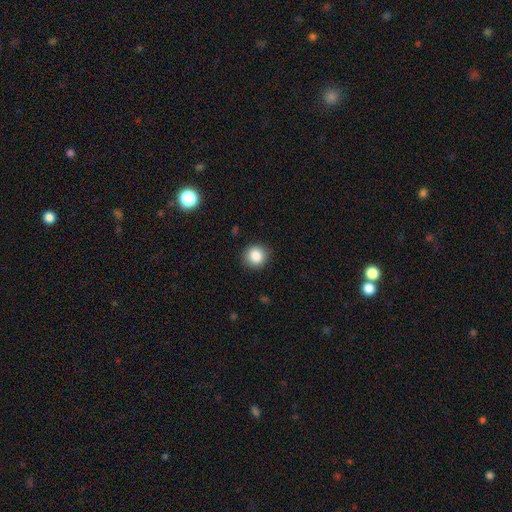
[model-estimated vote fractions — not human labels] The model was most divided on "smooth or featured": smooth: 86%, star or artifact: 10%, featured or disk: 5%. More confident: how rounded — round (91%); merging — none (90%).